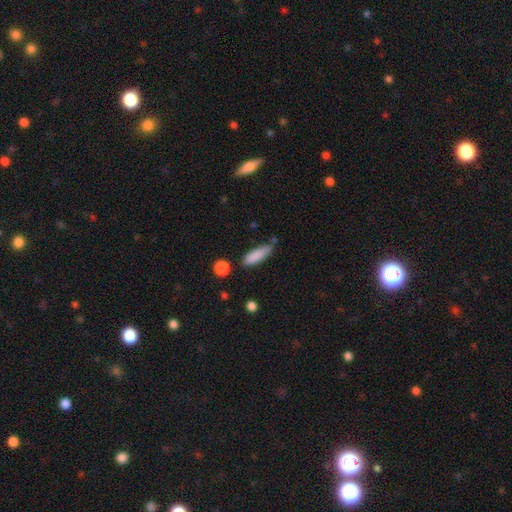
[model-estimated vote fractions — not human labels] Smooth or featured: smooth — 85% (featured or disk — 8%)
How rounded: cigar-shaped — 60% (in between — 38%)
Merging: none — 67% (minor disturbance — 23%)